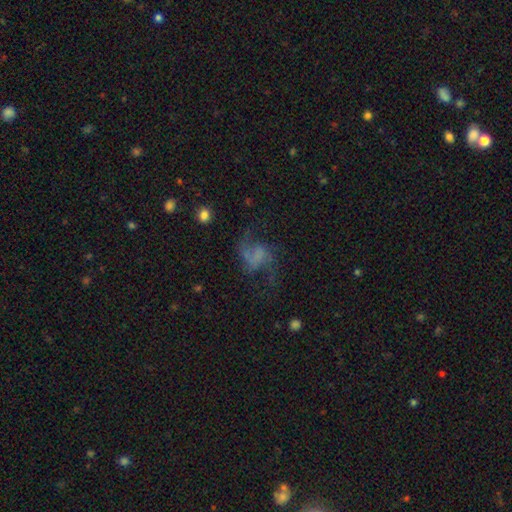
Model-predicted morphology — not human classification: featured or disk 66%, smooth 20%, star or artifact 13%. Down the decision tree: edge-on disk — no (98%); bar — no (58%); spiral arms — yes (86%); spiral arm count — 2 (78%); spiral winding — loose (64%); bulge size — none (68%); merging — none (47%).